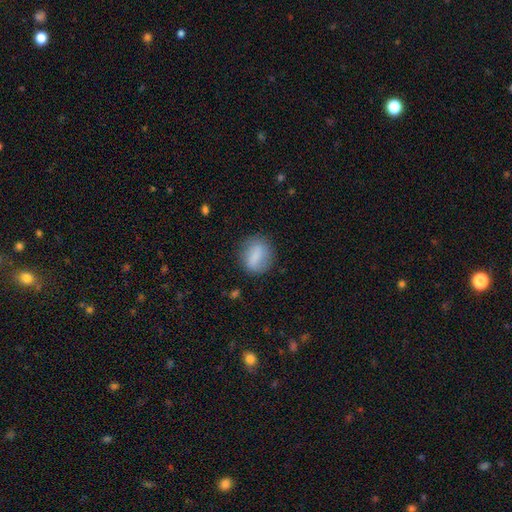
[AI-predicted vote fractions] smooth 74%, featured or disk 19%, star or artifact 8%. Down the decision tree: how rounded — round (53%); merging — none (78%).